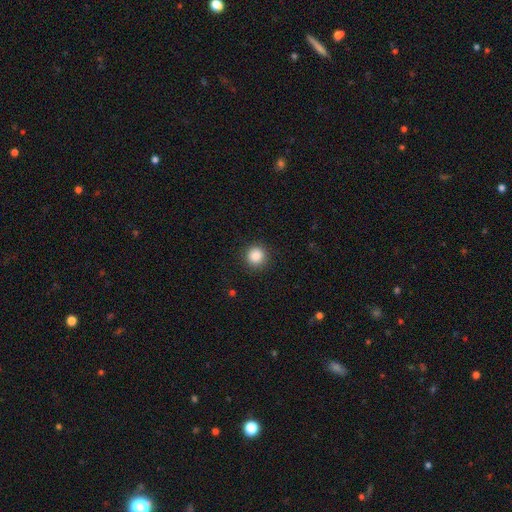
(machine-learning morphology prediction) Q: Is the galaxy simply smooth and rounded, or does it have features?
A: smooth — 87%.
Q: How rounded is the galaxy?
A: round — 94%.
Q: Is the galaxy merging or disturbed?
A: none — 91%.